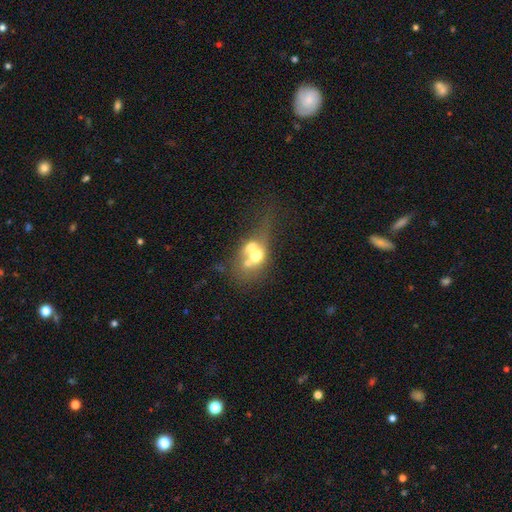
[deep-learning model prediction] Q: Smooth or featured?
A: smooth (50%); runner-up: featured or disk (38%)
Q: How rounded?
A: in between (55%); runner-up: round (42%)
Q: Merging?
A: merger (65%); runner-up: none (17%)